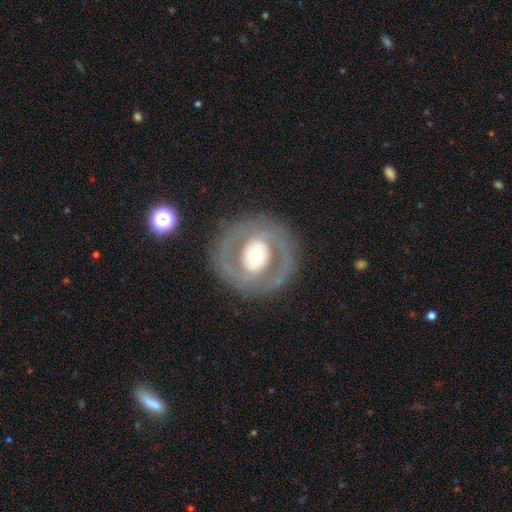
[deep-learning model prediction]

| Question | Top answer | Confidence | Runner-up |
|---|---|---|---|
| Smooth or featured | featured or disk | 66% | smooth (27%) |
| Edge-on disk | no | 96% | yes (4%) |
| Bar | no | 67% | weak (21%) |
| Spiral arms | no | 58% | yes (42%) |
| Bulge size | moderate | 59% | large (29%) |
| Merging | none | 83% | minor disturbance (9%) |